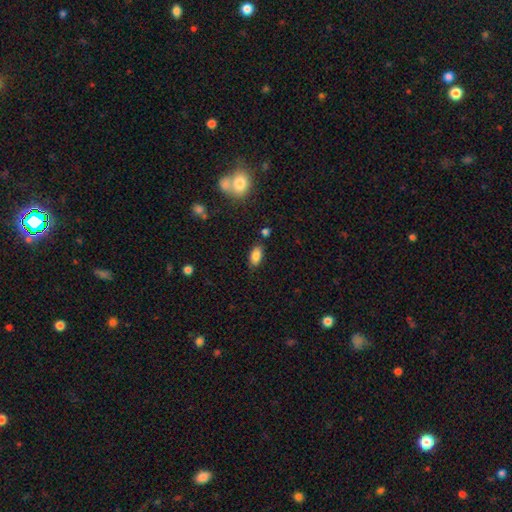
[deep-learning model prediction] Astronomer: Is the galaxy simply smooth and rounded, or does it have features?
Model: smooth — 84%.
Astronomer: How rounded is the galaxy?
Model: in between — 91%.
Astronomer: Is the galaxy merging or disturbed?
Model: none — 80%.